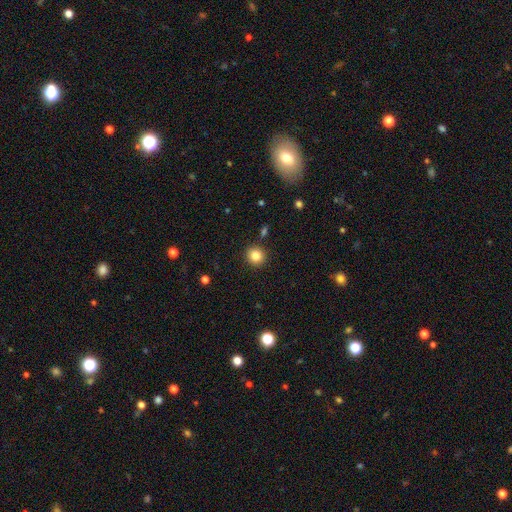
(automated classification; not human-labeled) Overall: smooth (84%). How rounded: round (92%). Merging: none (90%).